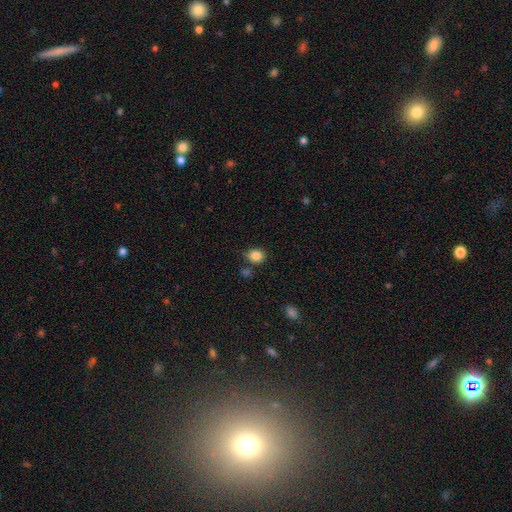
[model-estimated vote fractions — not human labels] This appears to be a smooth galaxy with no disk features (85%) that is round (62%). Merging: none (73%).